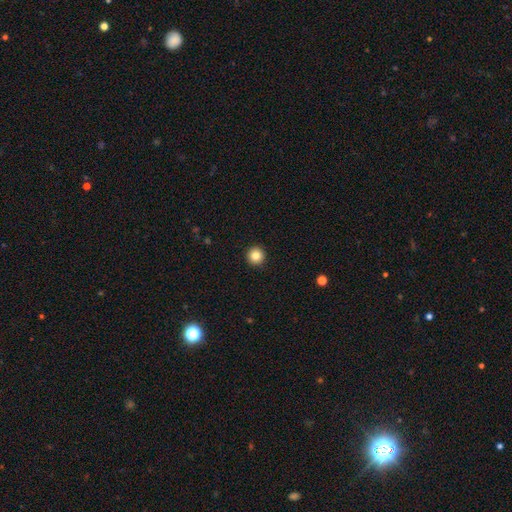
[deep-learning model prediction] Q: Smooth or featured?
A: smooth (84%); runner-up: star or artifact (11%)
Q: How rounded?
A: round (96%); runner-up: in between (3%)
Q: Merging?
A: none (94%); runner-up: minor disturbance (4%)